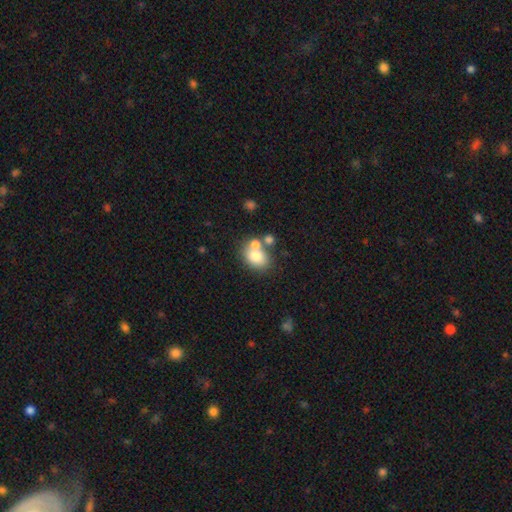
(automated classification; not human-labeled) smooth 74%, featured or disk 15%, star or artifact 11%. Down the decision tree: how rounded — in between (55%); merging — none (46%).